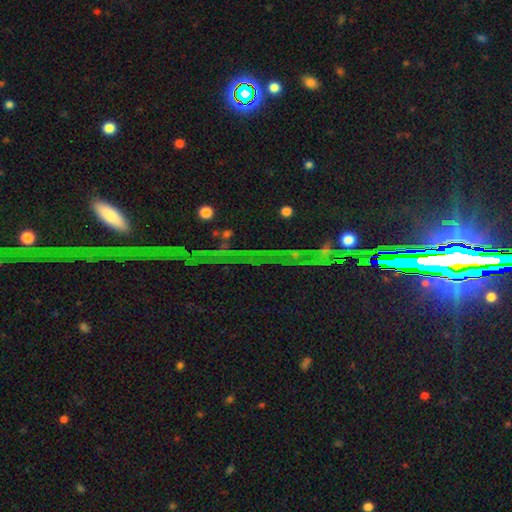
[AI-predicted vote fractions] This appears to be a star or artifact, not a galaxy (78%).